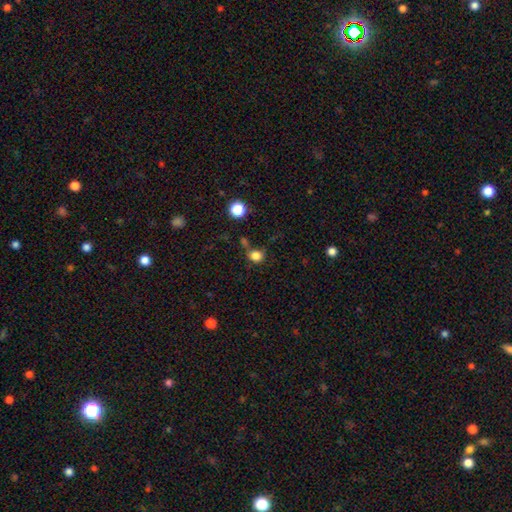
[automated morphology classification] type=smooth (82%); roundness=round (79%); merging=none (58%).